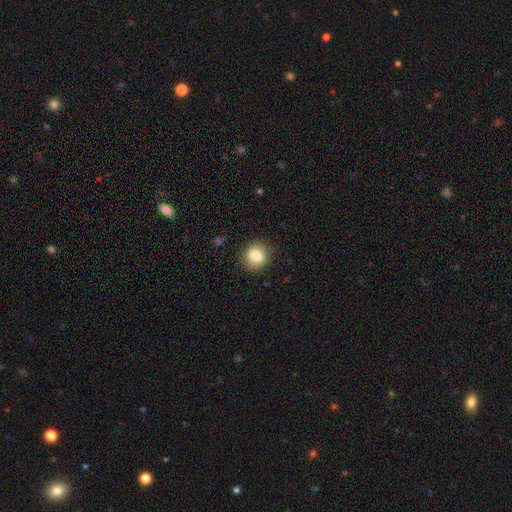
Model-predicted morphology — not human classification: A smooth galaxy with no disk features (82%) that is round (82%). Merging: none (86%).